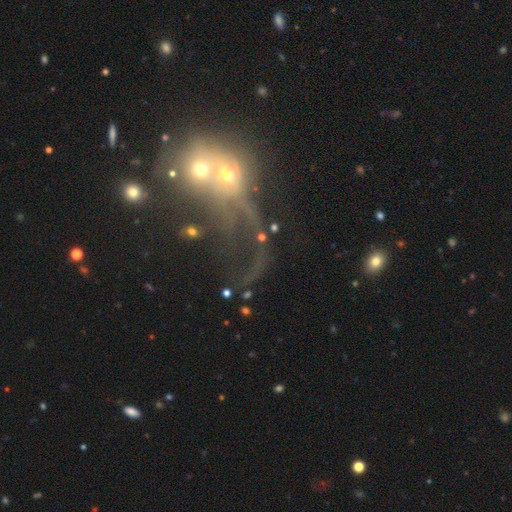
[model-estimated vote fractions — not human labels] Smooth or featured?
  - star or artifact: 37% *
  - smooth: 32%
  - featured or disk: 31%